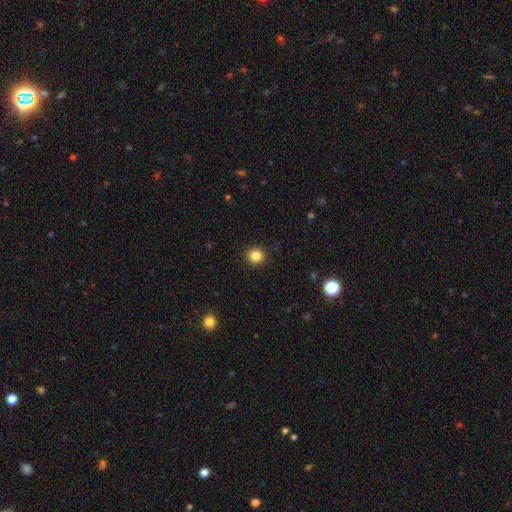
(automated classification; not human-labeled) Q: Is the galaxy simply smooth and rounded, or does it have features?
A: smooth — 84%.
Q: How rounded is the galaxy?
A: round — 88%.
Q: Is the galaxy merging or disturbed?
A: none — 92%.